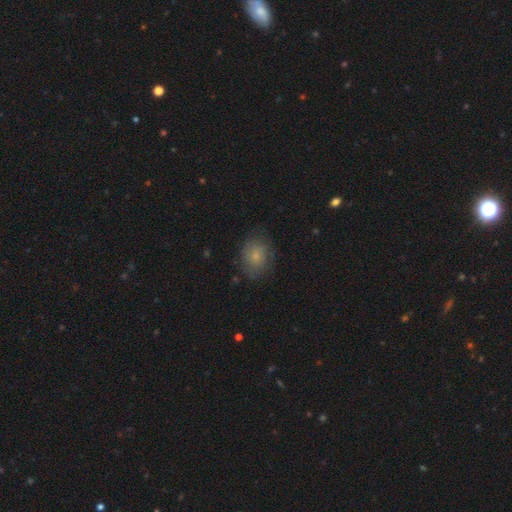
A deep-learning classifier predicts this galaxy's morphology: Smooth or featured: smooth — 76% (featured or disk — 15%)
How rounded: round — 59% (in between — 40%)
Merging: none — 74% (minor disturbance — 18%)